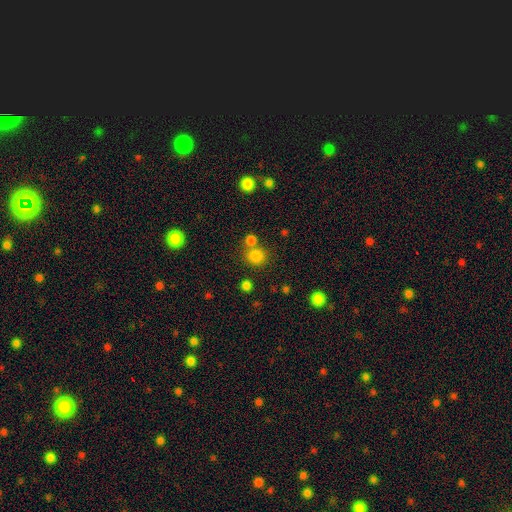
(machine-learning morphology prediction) The model was most divided on "merging": none: 67%, merger: 22%, minor disturbance: 8%, major disturbance: 3%. More confident: how rounded — round (86%); smooth or featured — smooth (81%).